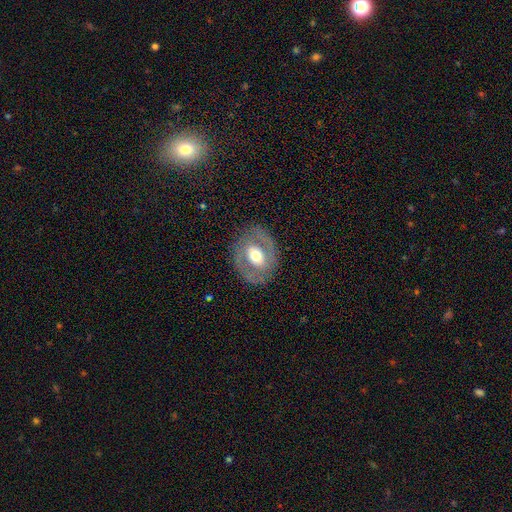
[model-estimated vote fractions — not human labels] Overall: featured or disk (65%; smooth 29%). Edge-on disk: no (95%). Bar: no (44%; weak 35%). Spiral arms: yes (53%; no 47%). Bulge size: moderate (67%). Merging: none (82%).